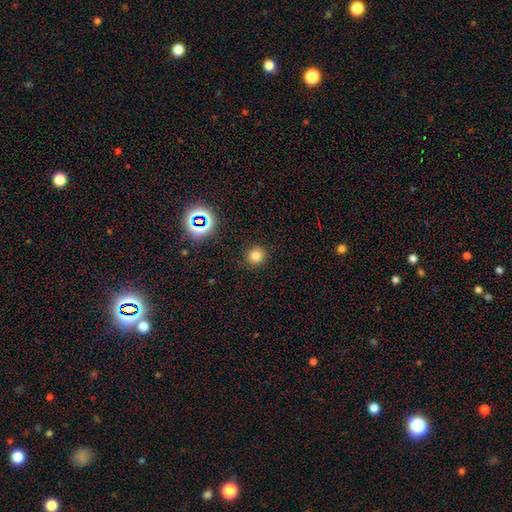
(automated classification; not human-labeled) smooth-or-featured: smooth: 77% | star or artifact: 17% | featured or disk: 6%
  how-rounded: round: 92% | in between: 7% | cigar-shaped: 1%
  merging: none: 91% | minor disturbance: 6% | major disturbance: 2% | merger: 1%